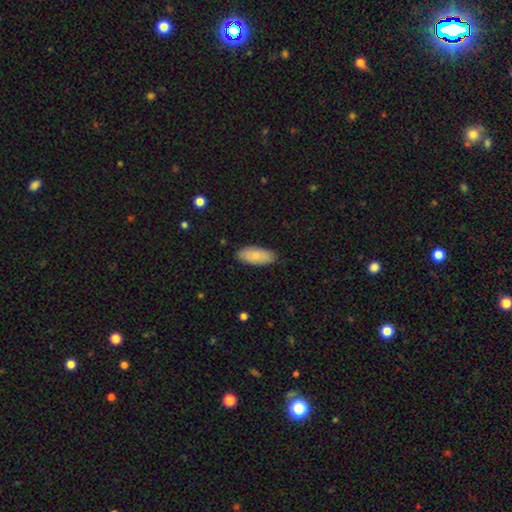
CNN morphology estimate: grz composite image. It shows a smooth galaxy with no disk features (81%) that is in between round and cigar-shaped (87%). Merging: none (87%).